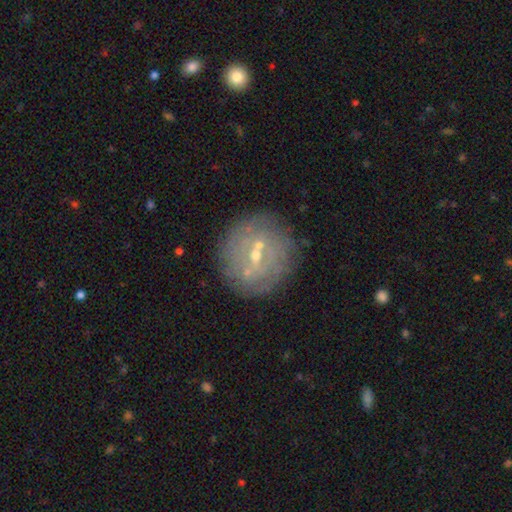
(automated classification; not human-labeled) featured or disk 57%, smooth 31%, star or artifact 12%. Down the decision tree: edge-on disk — no (95%); bar — no (43%, tied with weak); spiral arms — no (59%); bulge size — small (67%); merging — none (76%).